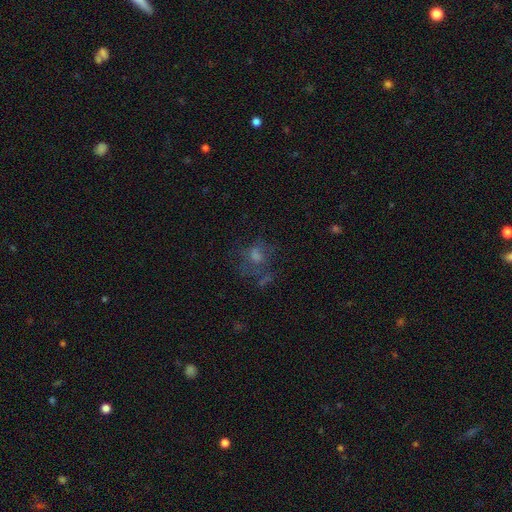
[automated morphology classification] Smooth or featured: smooth — 37% (featured or disk — 35%)
Merging: none — 52% (major disturbance — 24%)